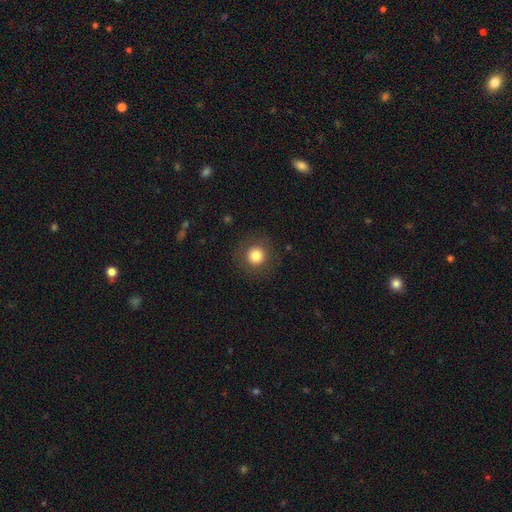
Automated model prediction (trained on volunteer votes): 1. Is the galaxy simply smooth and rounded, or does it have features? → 80% smooth, 11% star or artifact, 9% featured or disk.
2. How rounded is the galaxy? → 95% round, 5% in between, 1% cigar-shaped.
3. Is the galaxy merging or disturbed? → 88% none, 7% minor disturbance, 4% major disturbance, 1% merger.